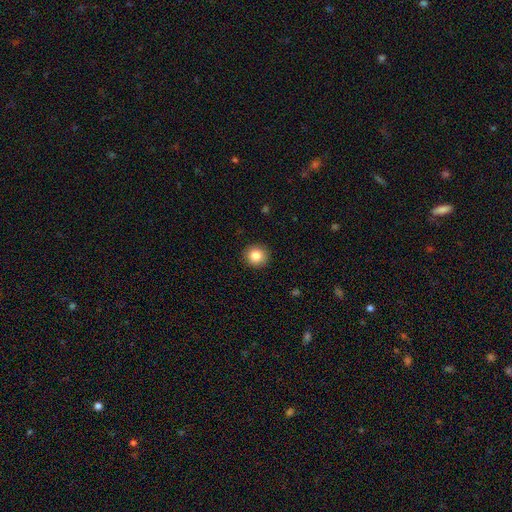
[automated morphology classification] A smooth galaxy with no disk features (85%) that is round (93%). Merging: none (92%).